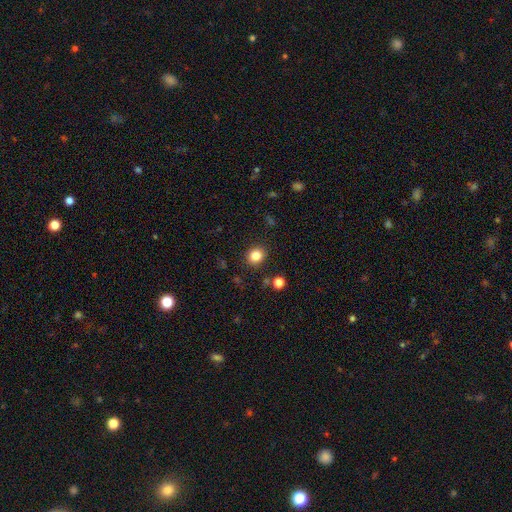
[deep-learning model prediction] Smooth or featured? smooth (83%)
How rounded? round (73%)
Merging? none (89%)